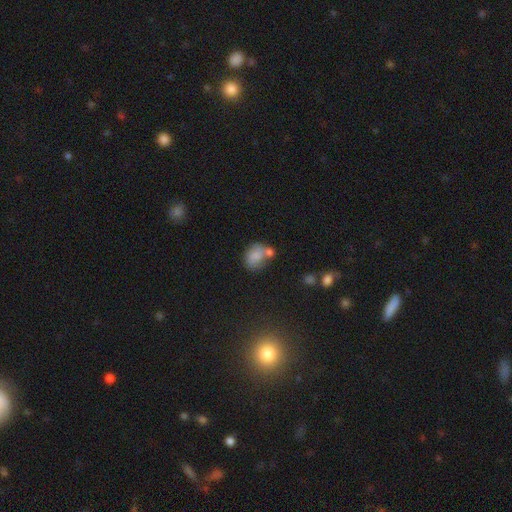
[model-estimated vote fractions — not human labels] A smooth galaxy with no disk features (75%) that is in between round and cigar-shaped (53%). Merging: none (39%).